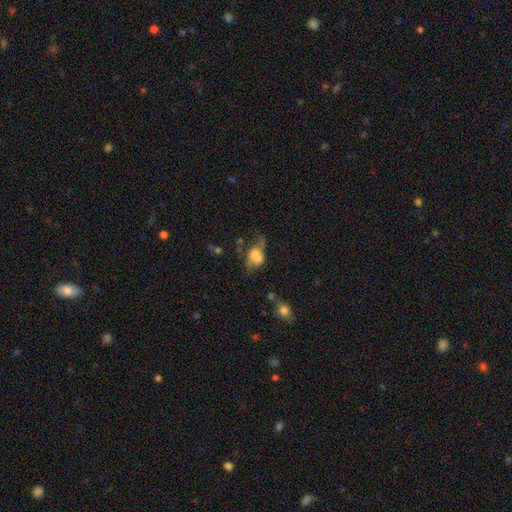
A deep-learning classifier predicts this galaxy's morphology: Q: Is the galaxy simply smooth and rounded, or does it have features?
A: smooth — 58%.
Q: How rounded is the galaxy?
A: in between — 69%.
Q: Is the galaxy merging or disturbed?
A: merger — 34%.